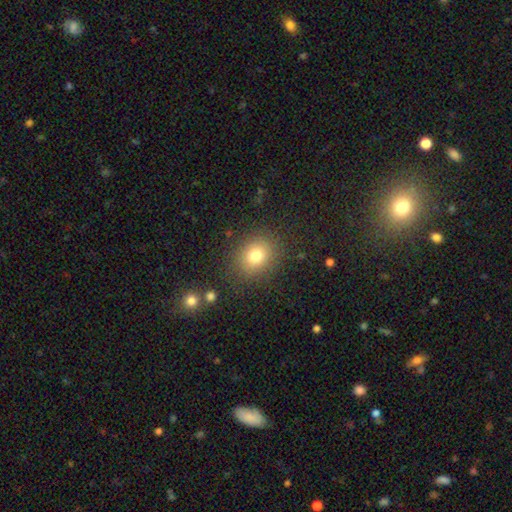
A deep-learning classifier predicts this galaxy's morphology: Smooth or featured? Predicted: smooth (p=0.77). How rounded? Predicted: round (p=0.61). Merging? Predicted: none (p=0.85).